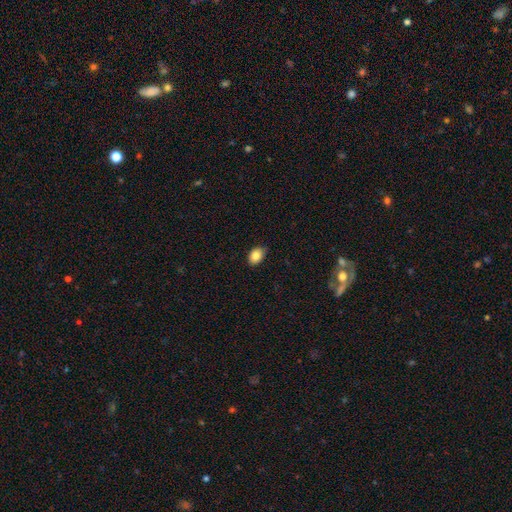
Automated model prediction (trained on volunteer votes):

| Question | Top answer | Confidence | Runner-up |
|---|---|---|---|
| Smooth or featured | smooth | 84% | star or artifact (8%) |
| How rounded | in between | 82% | round (17%) |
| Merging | none | 84% | minor disturbance (13%) |